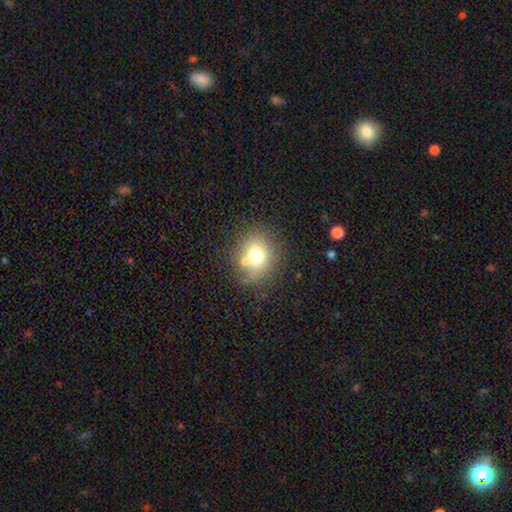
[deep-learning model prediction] Smooth or featured? Predicted: smooth (p=0.70). How rounded? Predicted: round (p=0.73). Merging? Predicted: none (p=0.70).